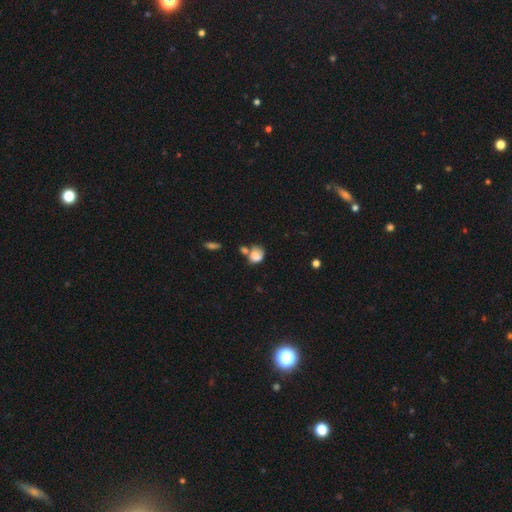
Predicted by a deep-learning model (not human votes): The model was most divided on "merging": merger: 37%, none: 34%, minor disturbance: 19%, major disturbance: 10%. More confident: smooth or featured — smooth (76%); how rounded — round (54%).